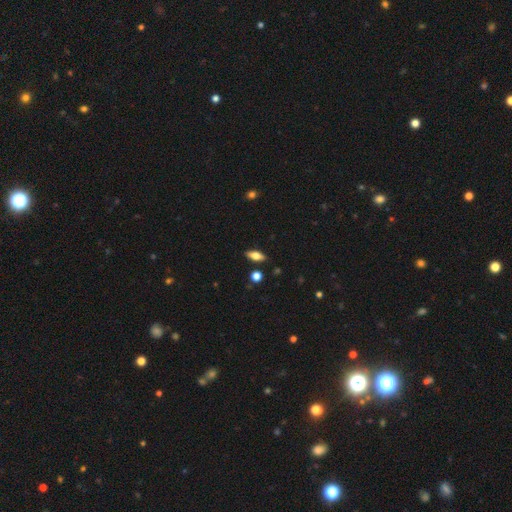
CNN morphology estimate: This appears to be a smooth galaxy with no disk features (62%) that is in between round and cigar-shaped (77%). Merging: none (86%).